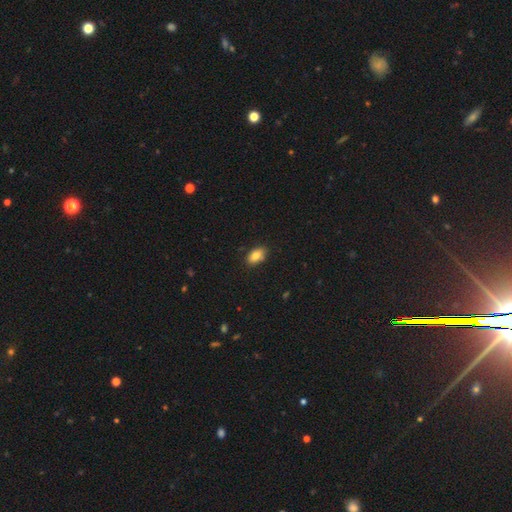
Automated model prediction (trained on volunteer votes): Overall: smooth (83%). How rounded: in between (90%). Merging: none (83%).